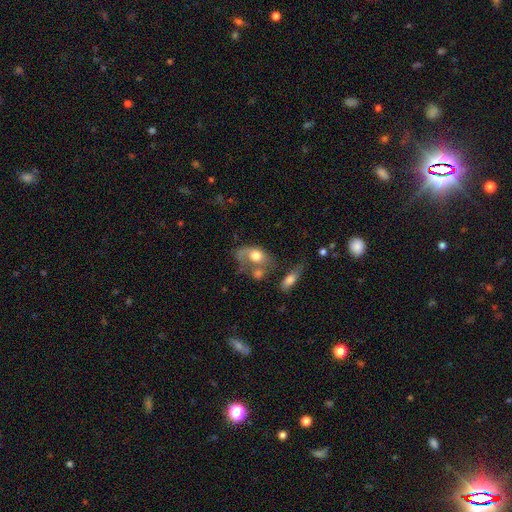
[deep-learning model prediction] smooth 57%, featured or disk 35%, star or artifact 8%. Down the decision tree: how rounded — in between (73%); merging — merger (36%).